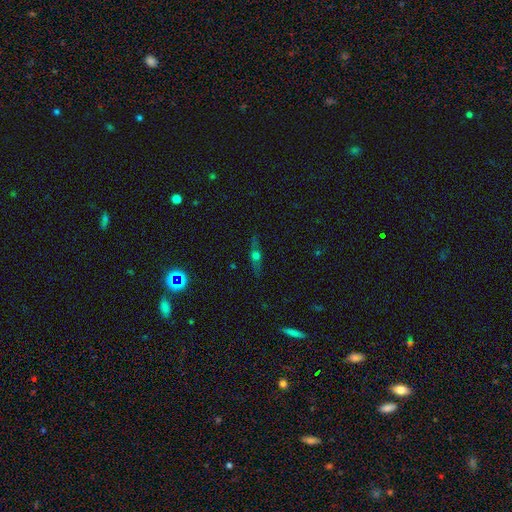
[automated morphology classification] This appears to be a featured or disk galaxy (55%) viewed edge-on (89%). Merging: none (85%).